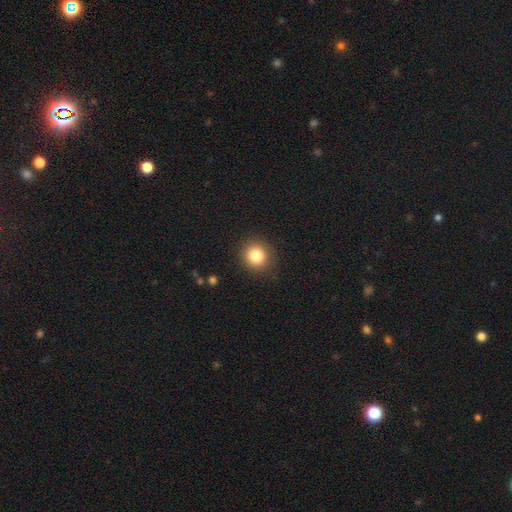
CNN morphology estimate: Smooth or featured? smooth (84%)
How rounded? round (89%)
Merging? none (89%)